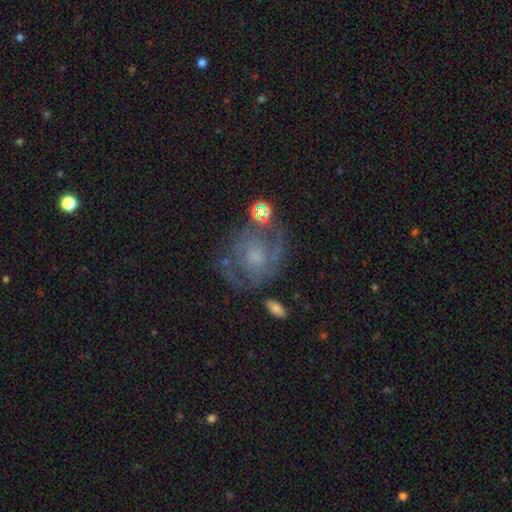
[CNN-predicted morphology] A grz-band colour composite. It shows a featured or disk galaxy (69%) with no bar (72%), 2 (45%) medium (43%) spiral arms (74%) and a small central bulge (34%). Merging: none (57%).